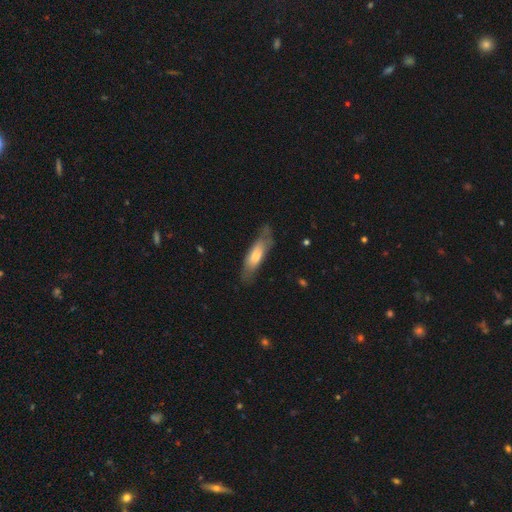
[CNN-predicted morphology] Smooth or featured?
  - smooth: 68% *
  - featured or disk: 26%
  - star or artifact: 6%
How rounded?
  - cigar-shaped: 53% *
  - in between: 45%
  - round: 2%
Merging?
  - none: 60% *
  - minor disturbance: 27%
  - major disturbance: 11%
  - merger: 2%